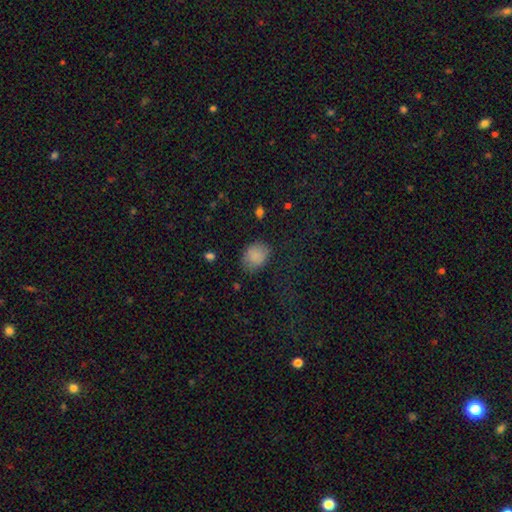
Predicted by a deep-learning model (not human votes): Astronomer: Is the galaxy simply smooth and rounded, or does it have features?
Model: smooth — 84%.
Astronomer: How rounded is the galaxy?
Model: in between — 50% (runner-up: round, 49%).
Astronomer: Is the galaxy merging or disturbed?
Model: none — 75%.